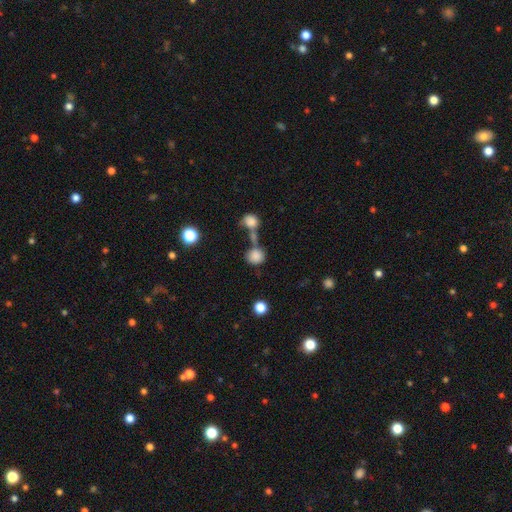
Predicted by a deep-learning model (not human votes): Smooth or featured? Predicted: smooth (p=0.83). How rounded? Predicted: round (p=0.77). Merging? Predicted: none (p=0.46).